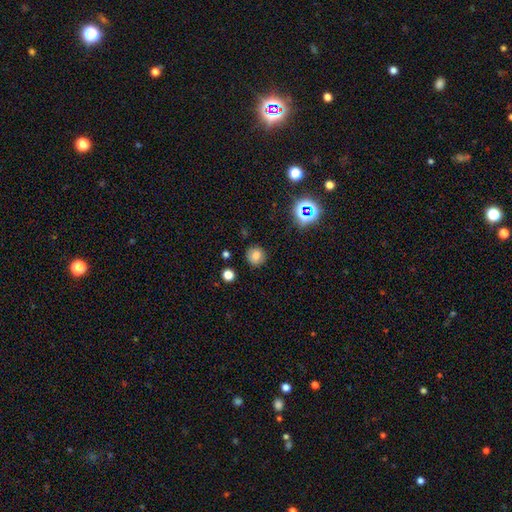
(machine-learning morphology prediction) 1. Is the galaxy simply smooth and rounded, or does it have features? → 76% smooth, 16% star or artifact, 8% featured or disk.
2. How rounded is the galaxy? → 93% round, 7% in between, 1% cigar-shaped.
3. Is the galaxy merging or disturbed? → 88% none, 8% minor disturbance, 2% major disturbance, 2% merger.